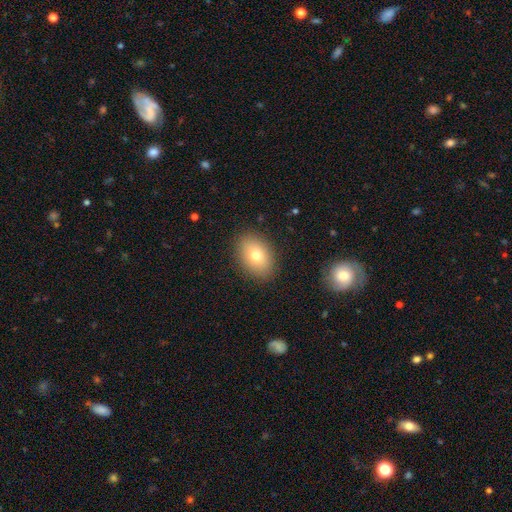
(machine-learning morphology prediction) type=smooth (76%); roundness=in between (81%); merging=none (88%).